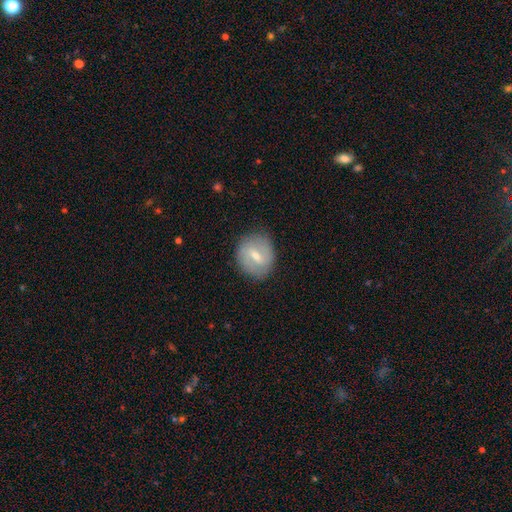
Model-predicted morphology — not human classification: Overall: smooth (47%; featured or disk 46%). Merging: none (80%).